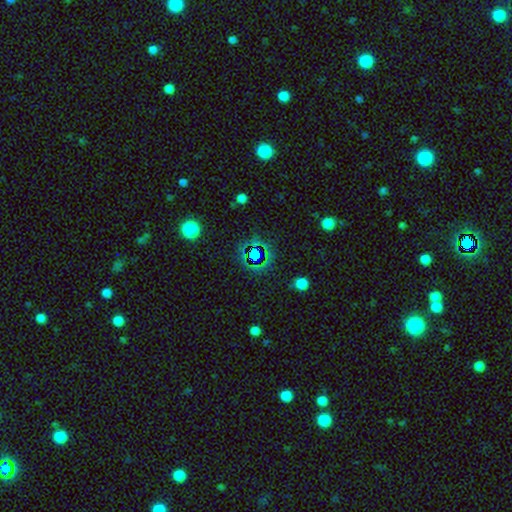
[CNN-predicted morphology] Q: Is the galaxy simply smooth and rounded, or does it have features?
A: star or artifact — 66%.